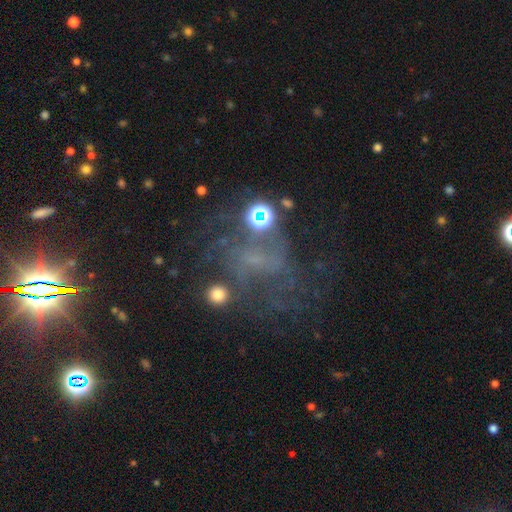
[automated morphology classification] The model was most divided on "smooth or featured": star or artifact: 46%, featured or disk: 36%, smooth: 18%.